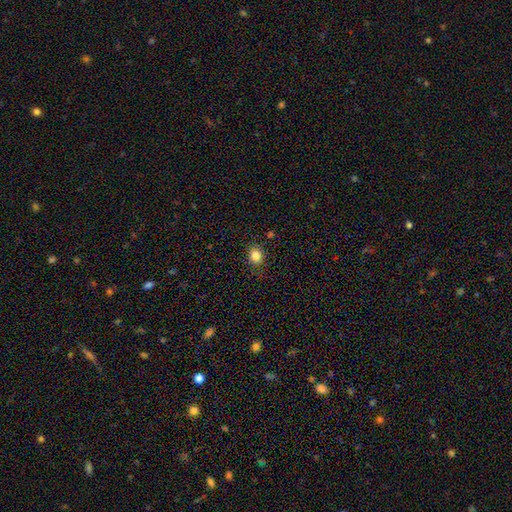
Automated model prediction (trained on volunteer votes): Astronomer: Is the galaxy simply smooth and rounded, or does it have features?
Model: smooth — 83%.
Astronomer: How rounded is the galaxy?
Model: round — 72%.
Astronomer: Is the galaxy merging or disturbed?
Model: none — 84%.